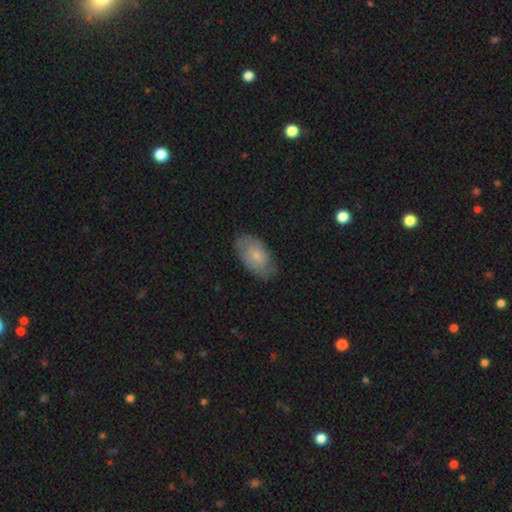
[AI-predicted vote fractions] Overall: smooth (56%; featured or disk 37%). How rounded: in between (92%). Merging: none (74%).